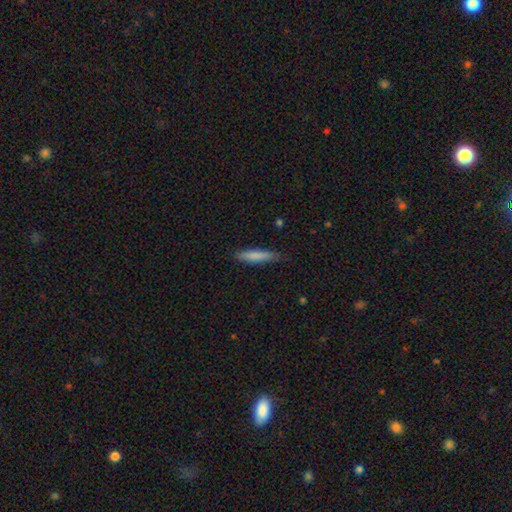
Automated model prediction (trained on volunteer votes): Smooth or featured? Predicted: smooth (p=0.80). How rounded? Predicted: cigar-shaped (p=0.85). Merging? Predicted: none (p=0.81).